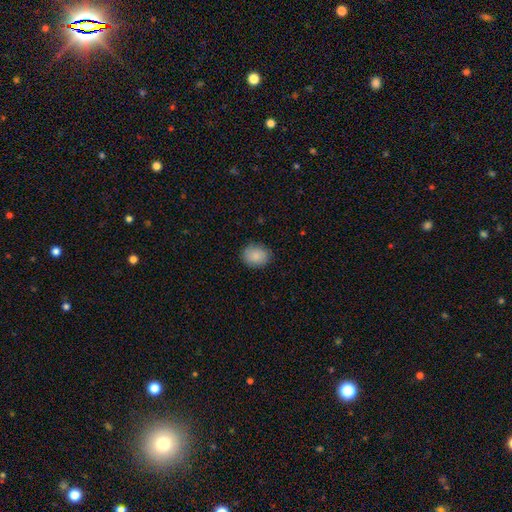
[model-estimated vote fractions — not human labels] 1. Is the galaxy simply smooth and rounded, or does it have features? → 87% smooth, 7% star or artifact, 6% featured or disk.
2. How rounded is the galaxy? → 52% round, 47% in between, 1% cigar-shaped.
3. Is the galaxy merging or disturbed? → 86% none, 11% minor disturbance, 3% major disturbance, 1% merger.